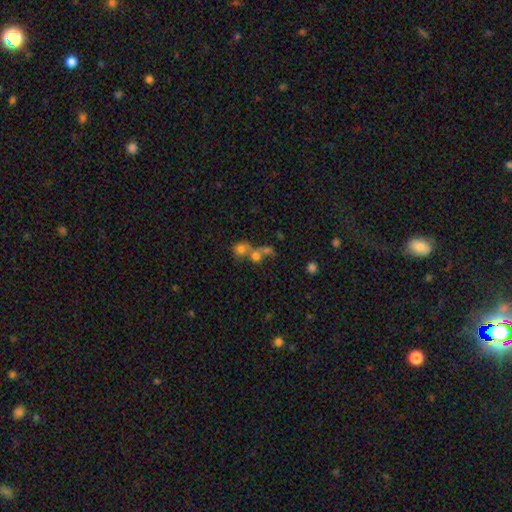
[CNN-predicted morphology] Overall: smooth (65%). How rounded: round (79%). Merging: merger (55%; none 32%).